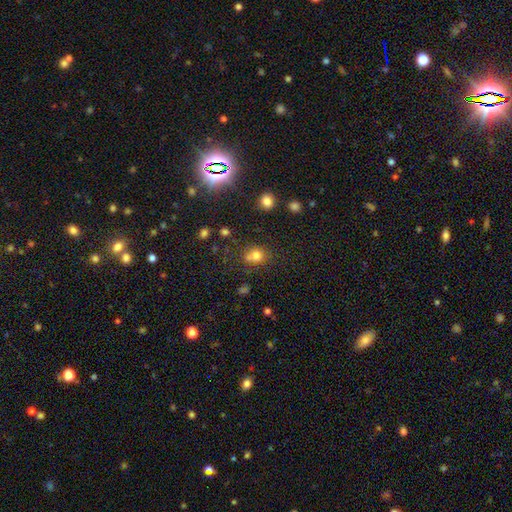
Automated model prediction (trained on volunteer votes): smooth-or-featured: smooth: 73% | star or artifact: 17% | featured or disk: 10%
  how-rounded: round: 63% | in between: 35% | cigar-shaped: 1%
  merging: none: 57% | merger: 19% | minor disturbance: 17% | major disturbance: 7%